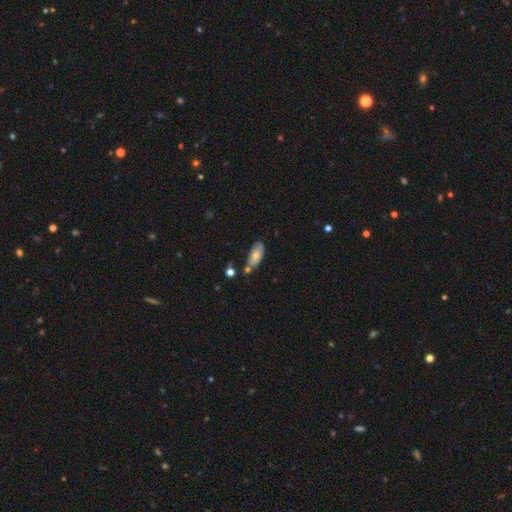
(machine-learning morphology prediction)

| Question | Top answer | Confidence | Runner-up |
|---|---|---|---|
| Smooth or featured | smooth | 71% | featured or disk (22%) |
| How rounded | in between | 87% | cigar-shaped (11%) |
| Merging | none | 59% | minor disturbance (23%) |